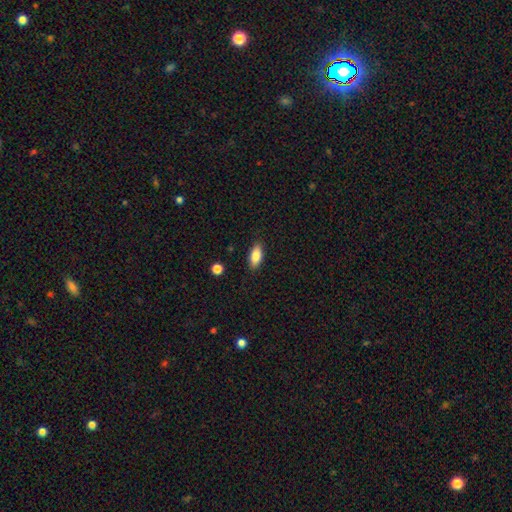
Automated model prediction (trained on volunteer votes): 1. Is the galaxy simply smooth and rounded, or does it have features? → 85% smooth, 8% featured or disk, 7% star or artifact.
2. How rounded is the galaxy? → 85% in between, 12% cigar-shaped, 3% round.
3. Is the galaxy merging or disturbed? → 88% none, 9% minor disturbance, 2% major disturbance, 1% merger.